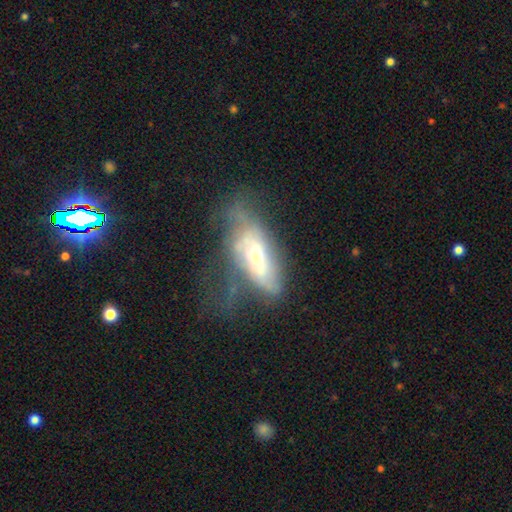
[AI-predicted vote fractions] This appears to be a featured or disk galaxy (57%). Merging: major disturbance (36%).